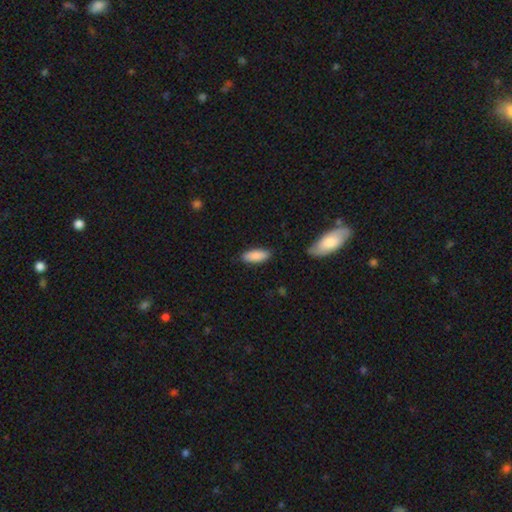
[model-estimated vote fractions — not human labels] This appears to be a smooth galaxy with no disk features (87%) that is in between round and cigar-shaped (70%). Merging: none (85%).